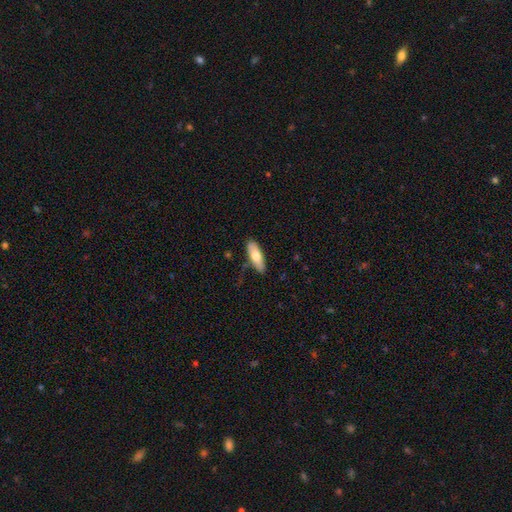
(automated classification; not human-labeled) A smooth galaxy with no disk features (69%) that is in between round and cigar-shaped (67%). Merging: none (78%).